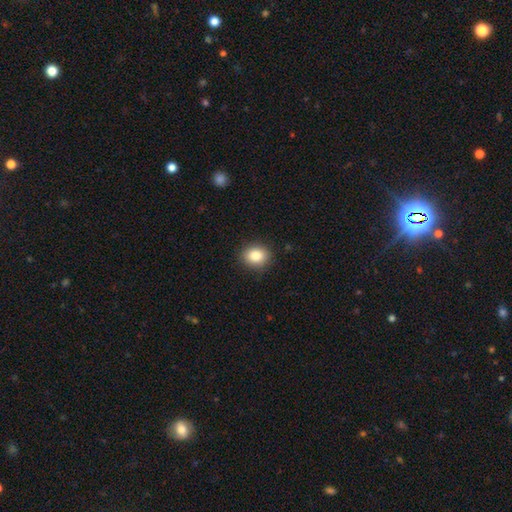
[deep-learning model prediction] smooth 84%, star or artifact 9%, featured or disk 6%. Down the decision tree: how rounded — round (66%); merging — none (89%).